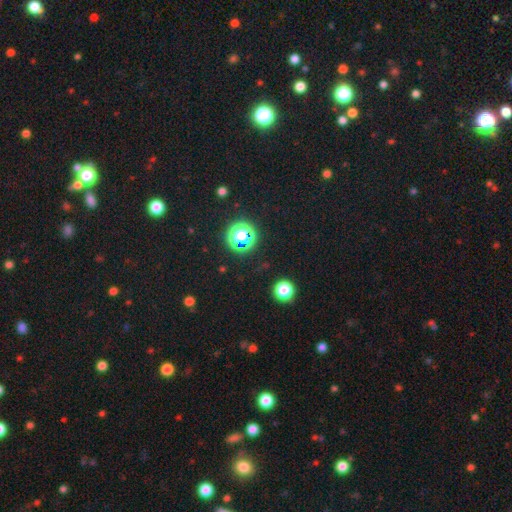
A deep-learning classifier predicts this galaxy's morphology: star or artifact 71%, smooth 22%, featured or disk 7%.